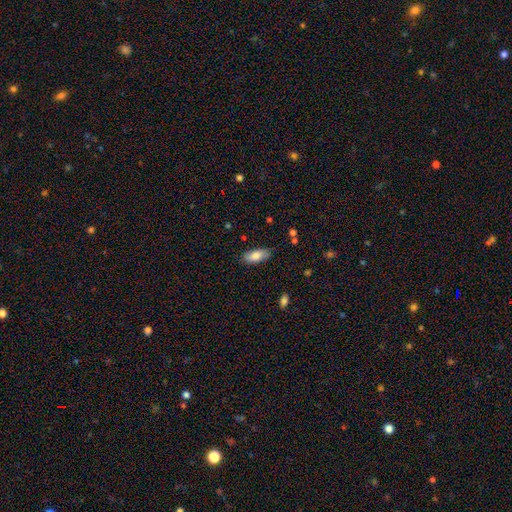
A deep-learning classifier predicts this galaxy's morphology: Smooth or featured: smooth — 80% (featured or disk — 13%)
How rounded: in between — 86% (cigar-shaped — 12%)
Merging: none — 82% (minor disturbance — 14%)